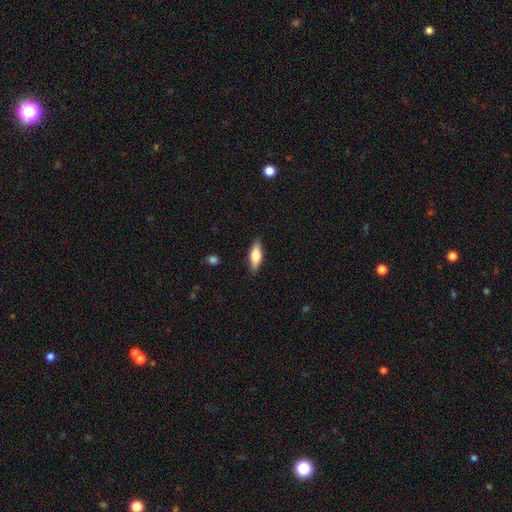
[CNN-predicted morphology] smooth_or_featured: smooth (p=0.64) [alt: featured or disk p=0.30]
how_rounded: in between (p=0.65) [alt: cigar-shaped p=0.32]
merging: none (p=0.86) [alt: minor disturbance p=0.10]